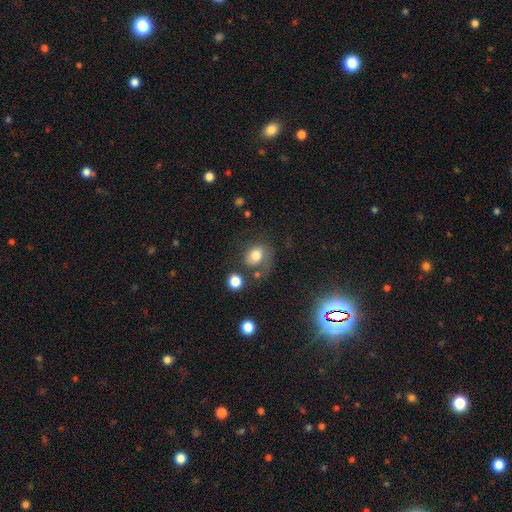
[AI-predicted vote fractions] Smooth or featured? Predicted: smooth (p=0.70). How rounded? Predicted: round (p=0.51). Merging? Predicted: none (p=0.44).